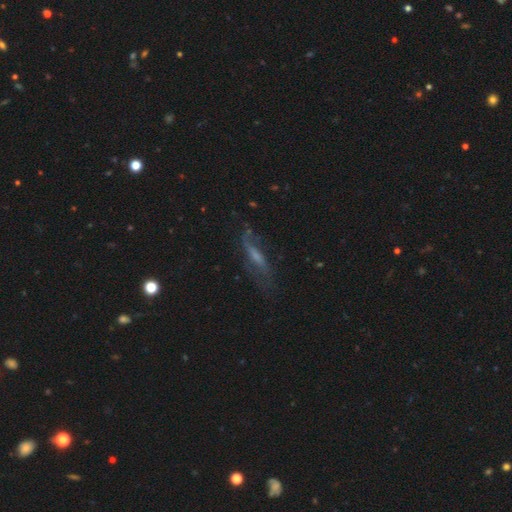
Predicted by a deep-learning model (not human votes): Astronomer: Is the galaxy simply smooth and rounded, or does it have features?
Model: featured or disk — 61%.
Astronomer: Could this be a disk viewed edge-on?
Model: no — 66%.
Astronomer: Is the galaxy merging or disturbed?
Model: none — 55%.